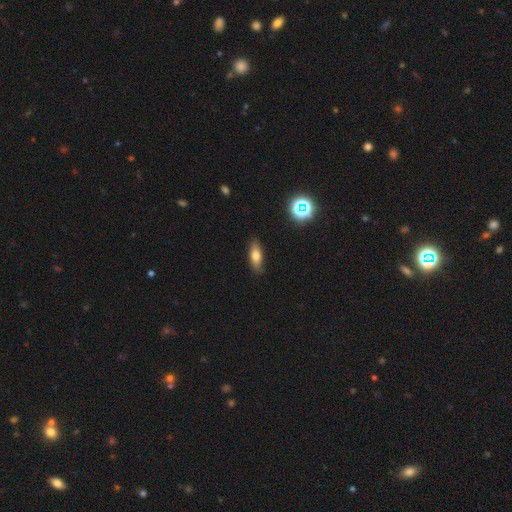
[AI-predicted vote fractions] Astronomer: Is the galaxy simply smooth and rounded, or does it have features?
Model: smooth — 71%.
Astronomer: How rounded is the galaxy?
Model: in between — 66%.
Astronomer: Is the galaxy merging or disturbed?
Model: none — 85%.